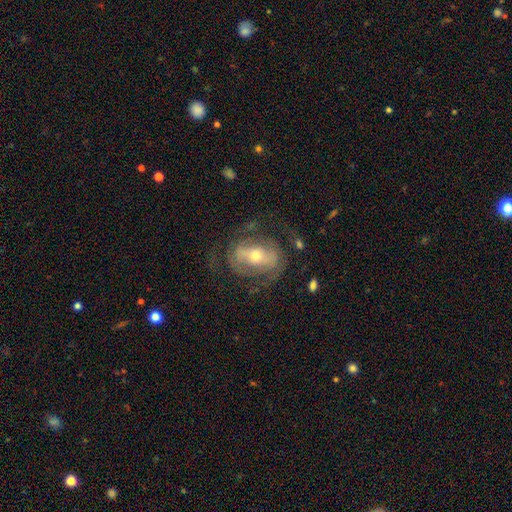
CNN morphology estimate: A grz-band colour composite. It shows a featured or disk galaxy (73%) with a strong bar (45%), spiral arms (67%) and a moderate central bulge (54%). Merging: none (60%).